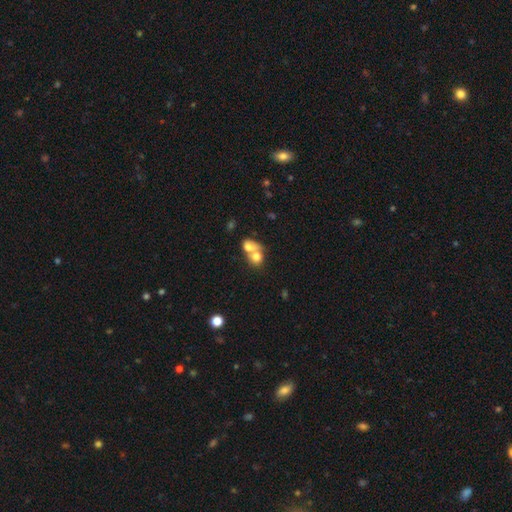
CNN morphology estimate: smooth 73%, featured or disk 18%, star or artifact 9%. Down the decision tree: how rounded — round (59%); merging — merger (70%).